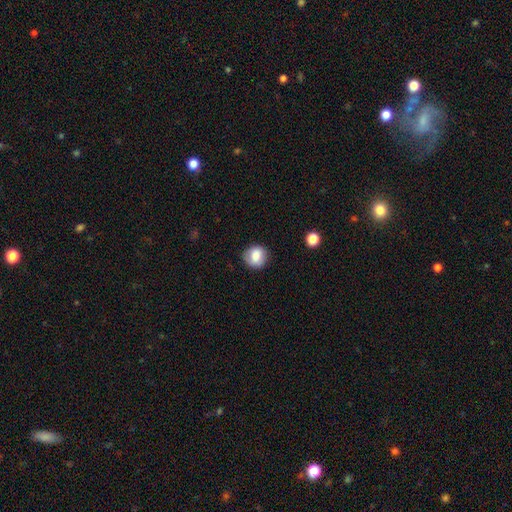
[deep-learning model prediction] This appears to be a smooth galaxy with no disk features (80%) that is round (83%). Merging: none (80%).